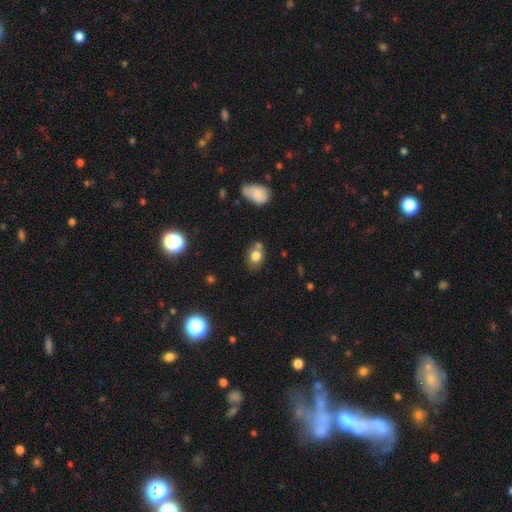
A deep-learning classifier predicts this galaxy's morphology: A smooth galaxy with no disk features (78%) that is in between round and cigar-shaped (54%). Merging: none (55%).